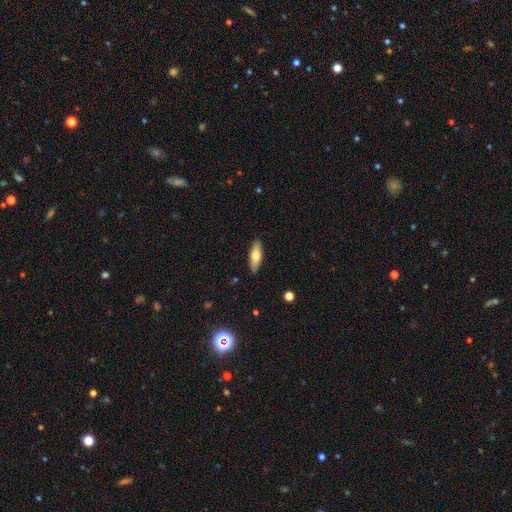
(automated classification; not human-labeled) smooth-or-featured: smooth: 67% | featured or disk: 27% | star or artifact: 6%
  how-rounded: in between: 56% | cigar-shaped: 42% | round: 2%
  merging: none: 88% | minor disturbance: 9% | major disturbance: 2% | merger: 1%